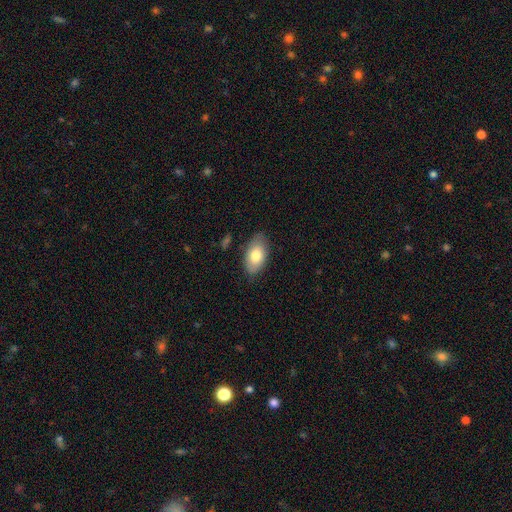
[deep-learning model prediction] Smooth or featured?
  - smooth: 78% *
  - featured or disk: 16%
  - star or artifact: 6%
How rounded?
  - in between: 93% *
  - round: 5%
  - cigar-shaped: 2%
Merging?
  - none: 80% *
  - minor disturbance: 15%
  - major disturbance: 3%
  - merger: 1%